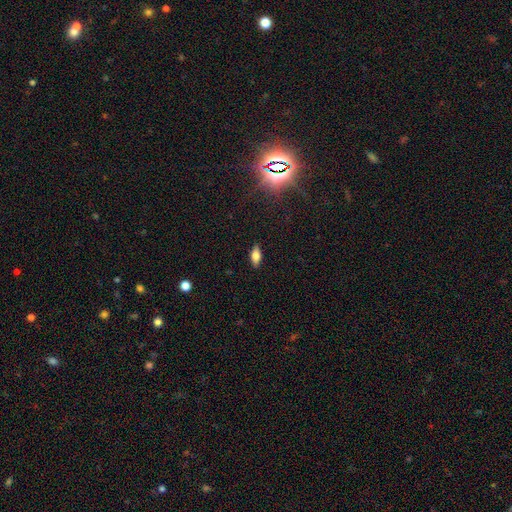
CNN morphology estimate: A smooth galaxy with no disk features (71%) that is in between round and cigar-shaped (82%).

Vote fractions:
- Smooth or featured? smooth: 71% / featured or disk: 20% / star or artifact: 9%
- How rounded? in between: 82% / cigar-shaped: 14% / round: 3%
- Merging? none: 88% / minor disturbance: 9% / major disturbance: 2% / merger: 1%